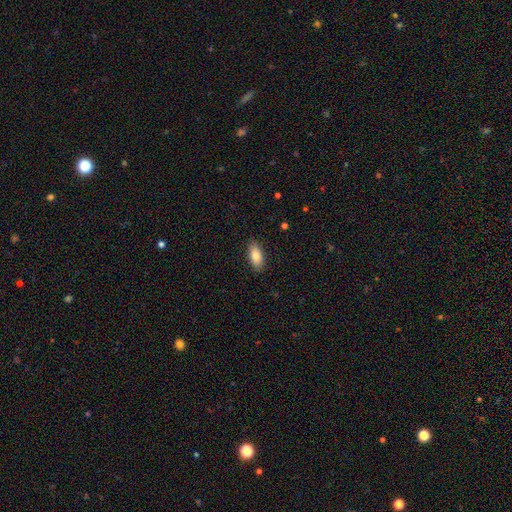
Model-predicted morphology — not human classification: The model was most divided on "smooth or featured": smooth: 84%, featured or disk: 9%, star or artifact: 7%. More confident: merging — none (88%); how rounded — in between (87%).